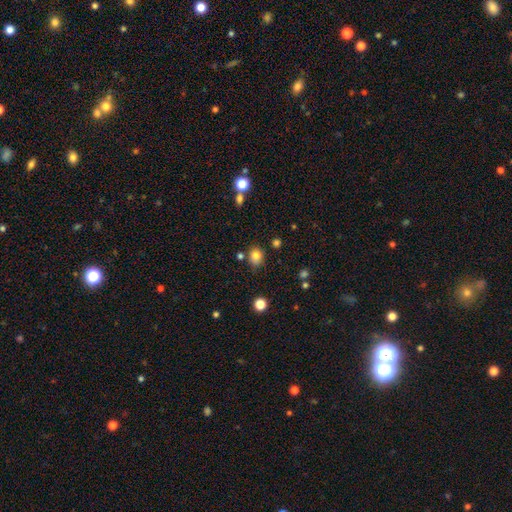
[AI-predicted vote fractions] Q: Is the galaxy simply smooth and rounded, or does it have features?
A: smooth — 81%.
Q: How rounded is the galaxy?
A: round — 63%.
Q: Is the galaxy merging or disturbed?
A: none — 80%.